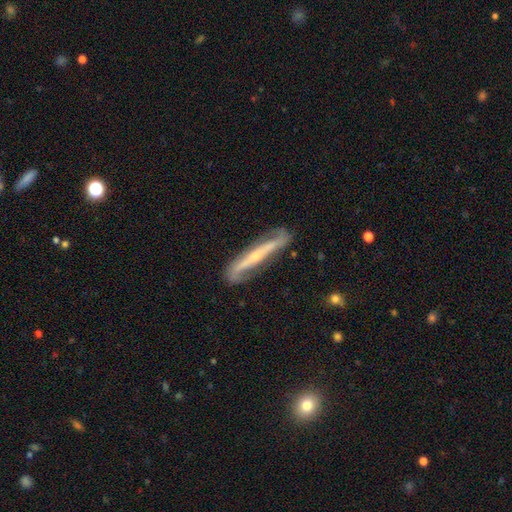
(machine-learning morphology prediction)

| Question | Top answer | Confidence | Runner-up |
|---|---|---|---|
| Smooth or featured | featured or disk | 78% | smooth (16%) |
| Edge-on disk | yes | 65% | no (35%) |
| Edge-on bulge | rounded | 71% | none (23%) |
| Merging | none | 75% | minor disturbance (17%) |